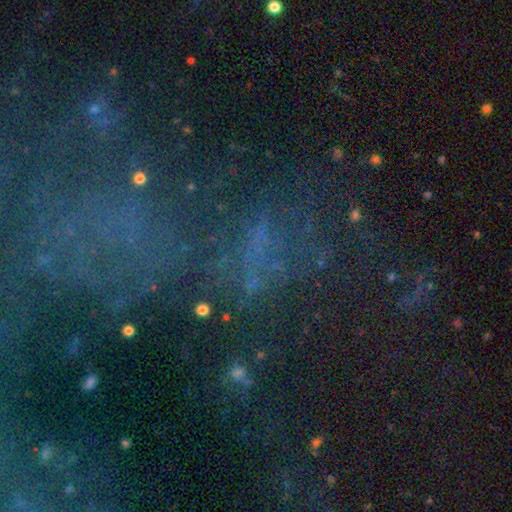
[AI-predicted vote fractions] Q: Smooth or featured?
A: star or artifact (48%); runner-up: featured or disk (29%)